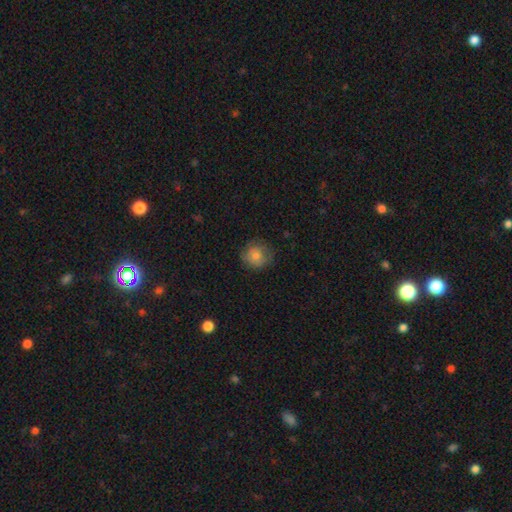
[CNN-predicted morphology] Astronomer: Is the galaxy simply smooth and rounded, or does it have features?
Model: smooth — 77%.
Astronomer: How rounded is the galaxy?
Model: round — 89%.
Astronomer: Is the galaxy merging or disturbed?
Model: none — 73%.